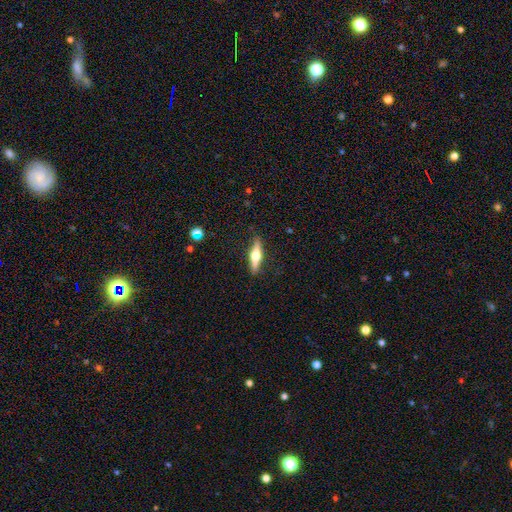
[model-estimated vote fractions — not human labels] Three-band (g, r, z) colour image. It shows a featured or disk galaxy (57%) viewed edge-on (95%) with a rounded central bulge (95%). Merging: none (88%).